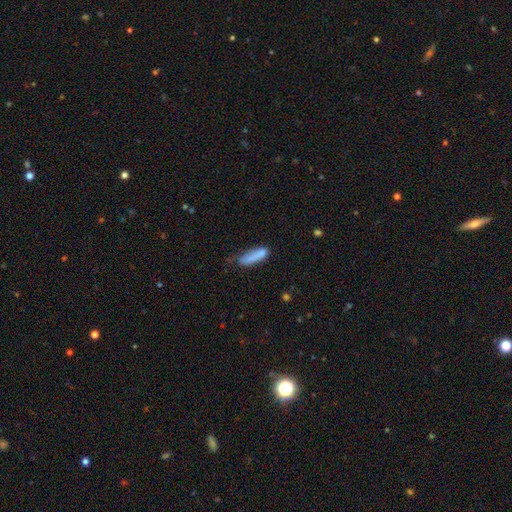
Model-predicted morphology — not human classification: This appears to be a smooth galaxy with no disk features (80%) that is cigar-shaped (65%). Merging: none (48%).